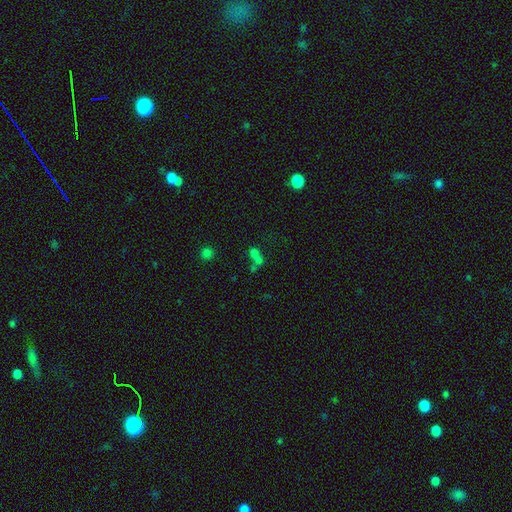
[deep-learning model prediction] A smooth galaxy with no disk features (58%) that is round (56%). Merging: merger (62%).